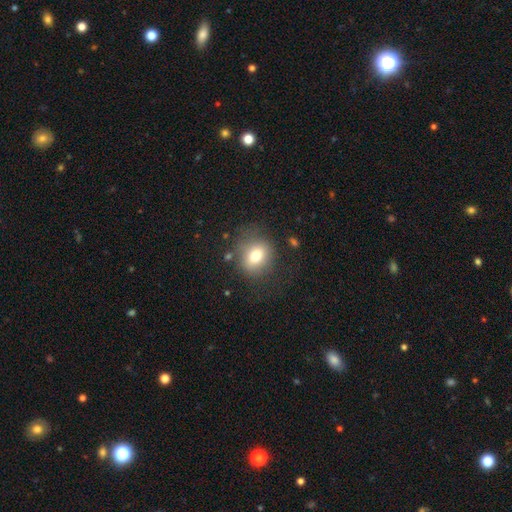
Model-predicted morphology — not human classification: A smooth galaxy with no disk features (73%) that is round (68%).

Vote fractions:
- Smooth or featured? smooth: 73% / featured or disk: 16% / star or artifact: 12%
- How rounded? round: 68% / in between: 31% / cigar-shaped: 1%
- Merging? none: 74% / minor disturbance: 16% / major disturbance: 8% / merger: 2%